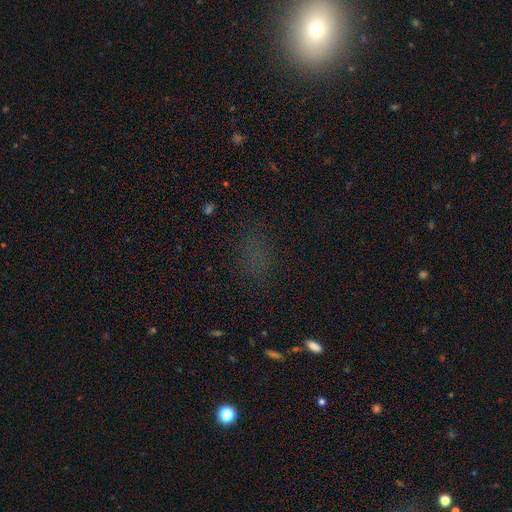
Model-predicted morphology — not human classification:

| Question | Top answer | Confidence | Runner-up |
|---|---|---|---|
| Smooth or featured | smooth | 51% | star or artifact (38%) |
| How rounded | in between | 69% | round (24%) |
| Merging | none | 74% | minor disturbance (14%) |